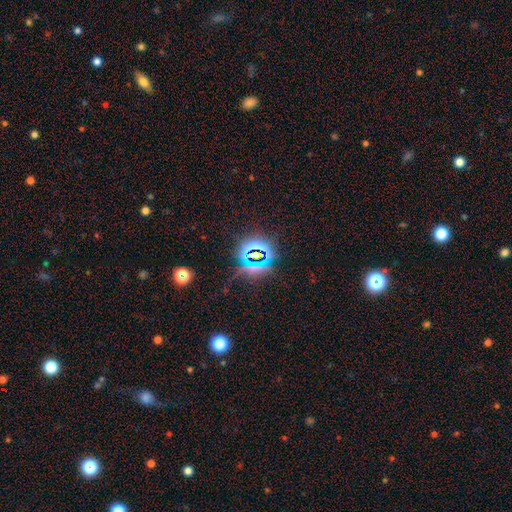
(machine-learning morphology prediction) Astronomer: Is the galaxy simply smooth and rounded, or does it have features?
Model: star or artifact — 79%.